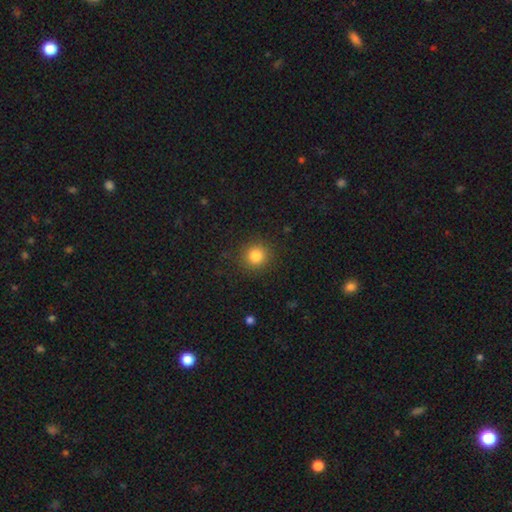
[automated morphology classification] smooth 83%, star or artifact 12%, featured or disk 5%. Down the decision tree: how rounded — round (93%); merging — none (90%).